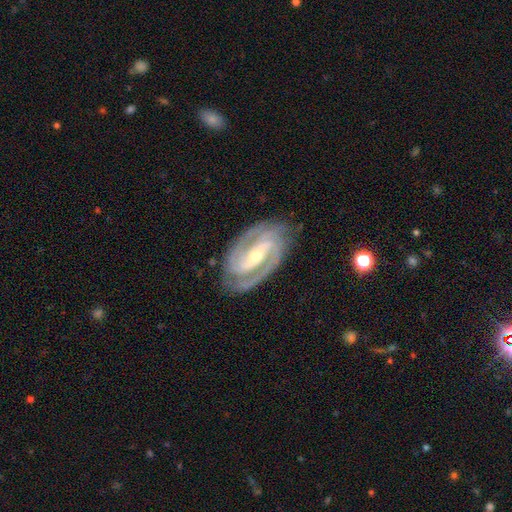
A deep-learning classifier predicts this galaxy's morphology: featured or disk 92%, star or artifact 4%, smooth 3%. Down the decision tree: edge-on disk — no (96%); bar — strong (57%); spiral arms — yes (98%); spiral arm count — 2 (74%); spiral winding — tight (57%); bulge size — small (54%); merging — none (82%).